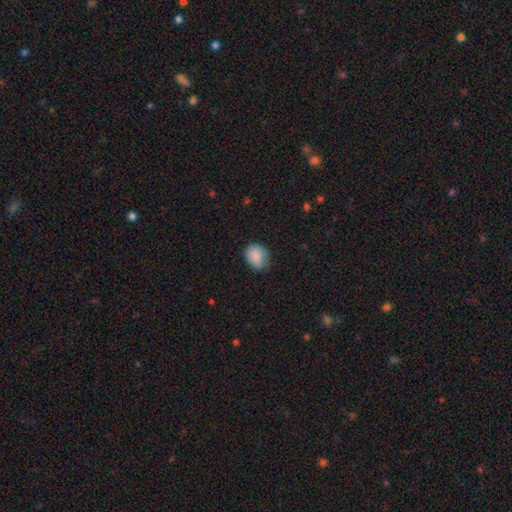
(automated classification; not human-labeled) smooth 84%, featured or disk 8%, star or artifact 8%. Down the decision tree: how rounded — round (51%); merging — none (67%).